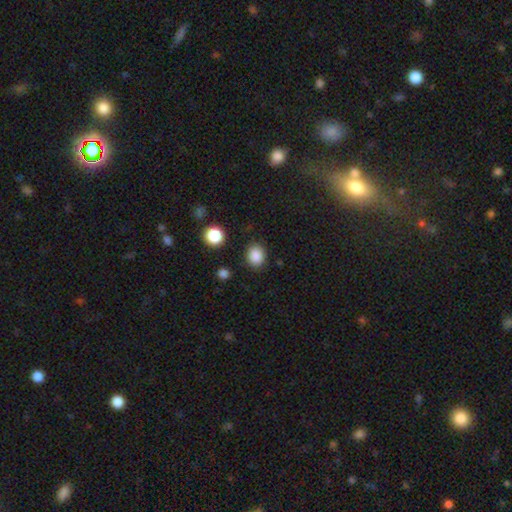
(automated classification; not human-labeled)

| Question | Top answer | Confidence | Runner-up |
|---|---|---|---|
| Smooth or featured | smooth | 87% | star or artifact (10%) |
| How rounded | round | 65% | in between (34%) |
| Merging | none | 86% | minor disturbance (9%) |